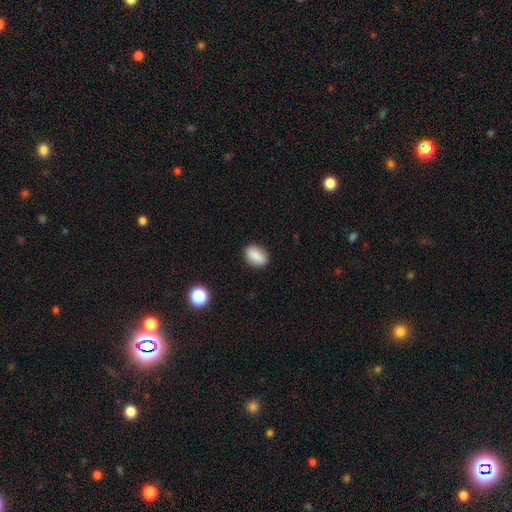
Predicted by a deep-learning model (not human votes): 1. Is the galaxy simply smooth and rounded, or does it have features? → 86% smooth, 9% star or artifact, 5% featured or disk.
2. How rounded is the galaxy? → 82% in between, 16% round, 3% cigar-shaped.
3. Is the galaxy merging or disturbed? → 86% none, 10% minor disturbance, 2% major disturbance, 1% merger.